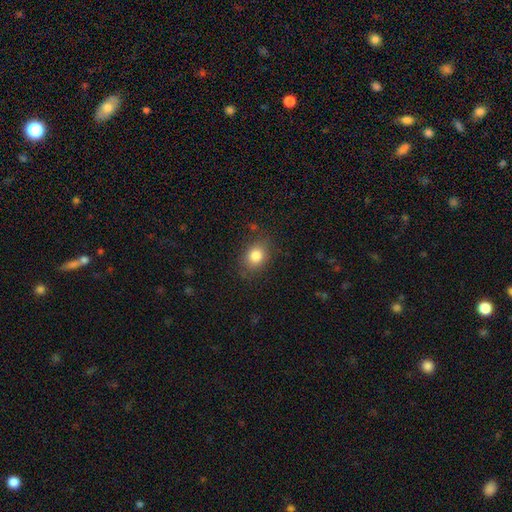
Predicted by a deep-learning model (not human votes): This is clearly a smooth galaxy (83%). How rounded: possibly in between (57%). Merging: clearly none (80%).